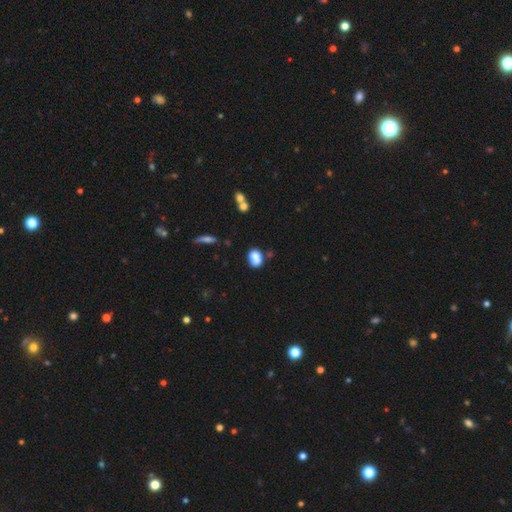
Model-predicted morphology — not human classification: This is clearly a smooth galaxy (84%). How rounded: likely in between (72%). Merging: likely none (65%).